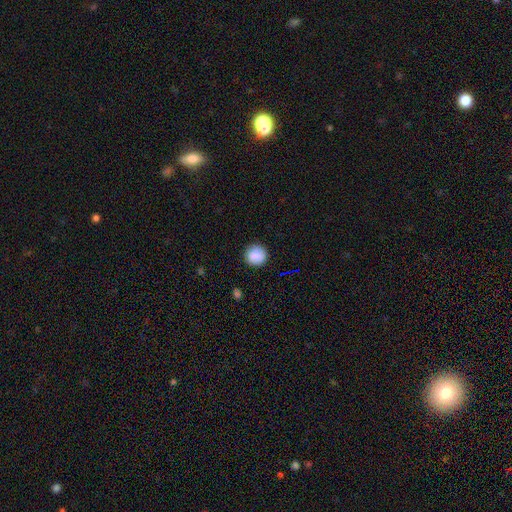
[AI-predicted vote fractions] Smooth or featured? Predicted: smooth (p=0.85). How rounded? Predicted: round (p=0.92). Merging? Predicted: none (p=0.85).